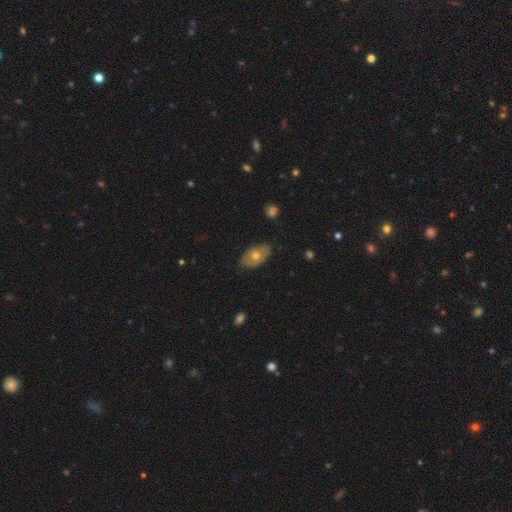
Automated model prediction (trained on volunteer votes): smooth_or_featured: smooth (p=0.55) [alt: featured or disk p=0.38]
how_rounded: in between (p=0.90) [alt: round p=0.08]
merging: none (p=0.80) [alt: minor disturbance p=0.16]